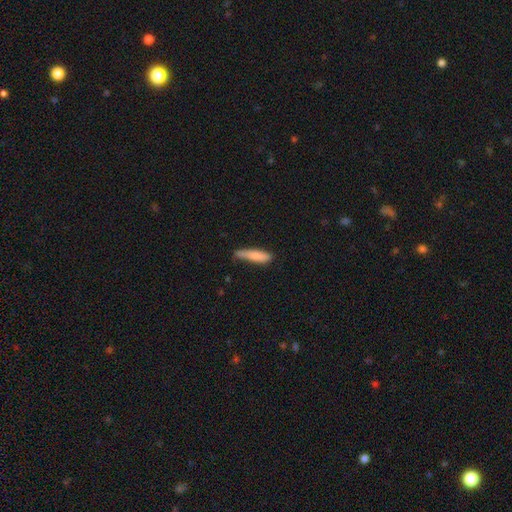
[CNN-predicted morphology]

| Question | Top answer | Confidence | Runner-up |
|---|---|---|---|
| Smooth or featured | smooth | 80% | featured or disk (14%) |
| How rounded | cigar-shaped | 80% | in between (18%) |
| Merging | none | 62% | minor disturbance (29%) |